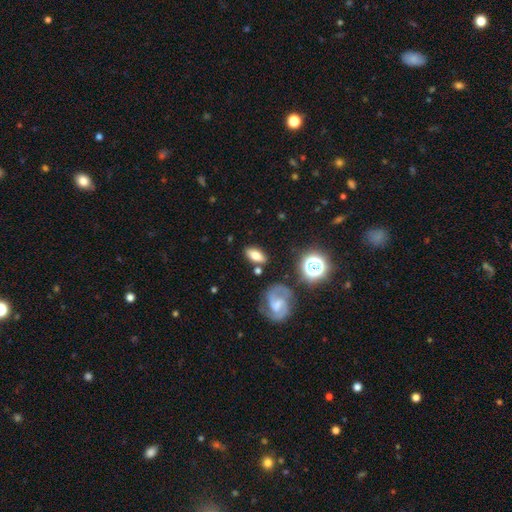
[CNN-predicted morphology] Smooth or featured: smooth — 64% (featured or disk — 26%)
How rounded: in between — 82% (cigar-shaped — 9%)
Merging: none — 79% (minor disturbance — 12%)